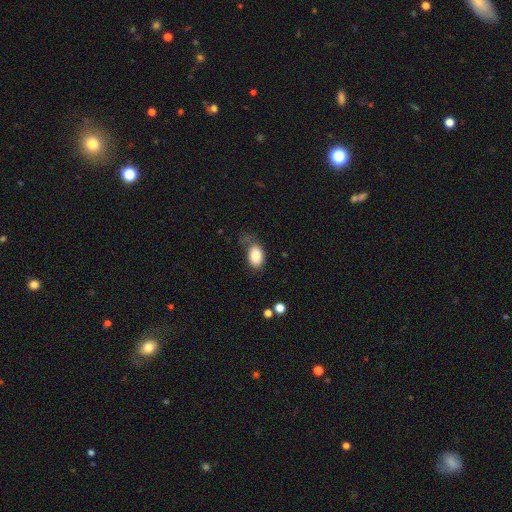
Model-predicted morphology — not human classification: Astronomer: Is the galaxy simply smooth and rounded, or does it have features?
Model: smooth — 86%.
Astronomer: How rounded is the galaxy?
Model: in between — 89%.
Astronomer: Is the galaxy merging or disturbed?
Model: none — 53%.